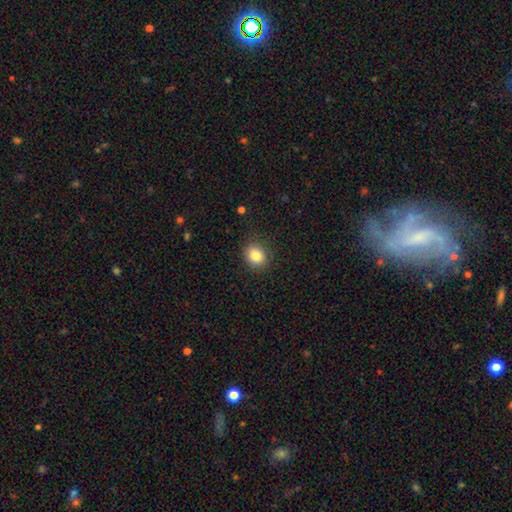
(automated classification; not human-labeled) Q: Smooth or featured?
A: smooth (83%); runner-up: star or artifact (10%)
Q: How rounded?
A: round (67%); runner-up: in between (33%)
Q: Merging?
A: none (87%); runner-up: minor disturbance (9%)